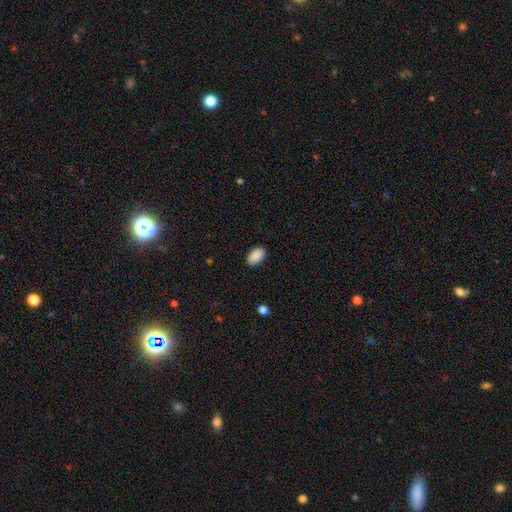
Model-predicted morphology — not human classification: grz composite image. It shows a smooth galaxy with no disk features (91%) that is in between round and cigar-shaped (93%). Merging: none (89%).